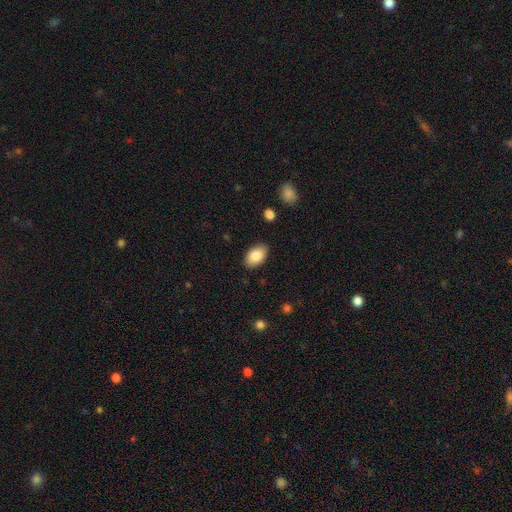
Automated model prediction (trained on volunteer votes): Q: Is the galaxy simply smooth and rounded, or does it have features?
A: smooth — 85%.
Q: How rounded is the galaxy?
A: in between — 92%.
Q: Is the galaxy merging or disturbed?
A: none — 87%.